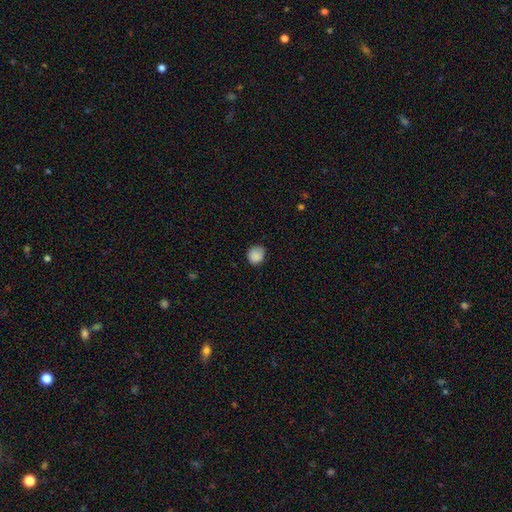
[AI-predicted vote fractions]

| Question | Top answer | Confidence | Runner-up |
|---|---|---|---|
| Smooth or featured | smooth | 88% | star or artifact (9%) |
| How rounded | round | 80% | in between (19%) |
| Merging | none | 76% | minor disturbance (20%) |